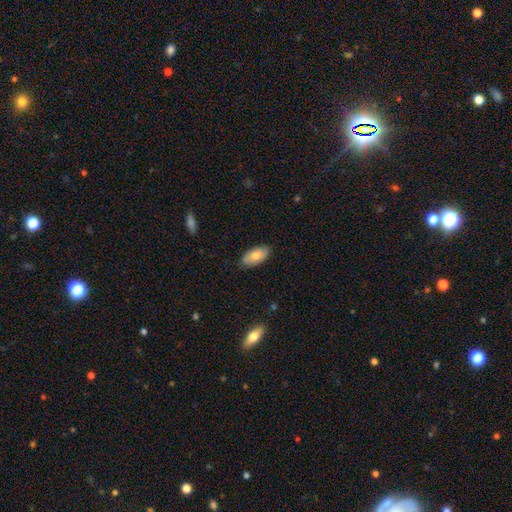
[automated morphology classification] This is likely a smooth galaxy (80%). How rounded: clearly in between (93%). Merging: clearly none (85%).